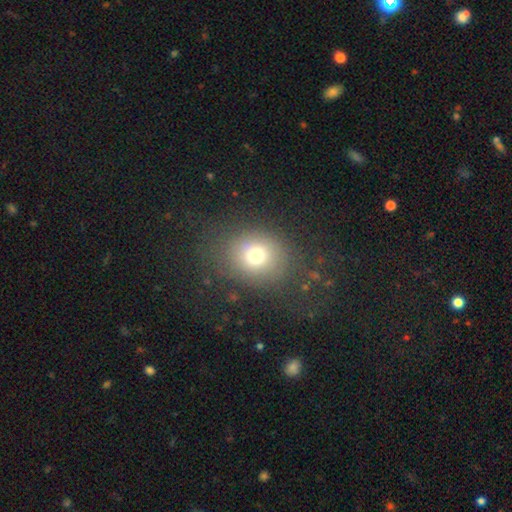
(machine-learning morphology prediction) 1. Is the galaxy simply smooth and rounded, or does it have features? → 72% smooth, 16% star or artifact, 13% featured or disk.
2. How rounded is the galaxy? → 69% round, 30% in between, 1% cigar-shaped.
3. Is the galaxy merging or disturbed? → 76% none, 12% minor disturbance, 10% major disturbance, 2% merger.